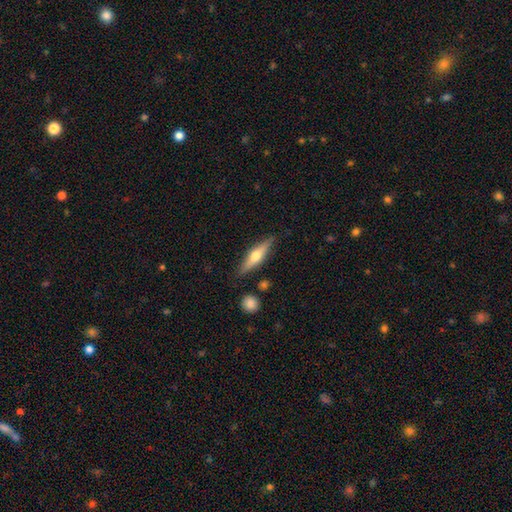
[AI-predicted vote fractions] smooth_or_featured: featured or disk (p=0.59) [alt: smooth p=0.35]
disk_edge_on: yes (p=0.94) [alt: no p=0.06]
edge_on_bulge: rounded (p=0.94) [alt: boxy p=0.03]
merging: none (p=0.85) [alt: minor disturbance p=0.10]